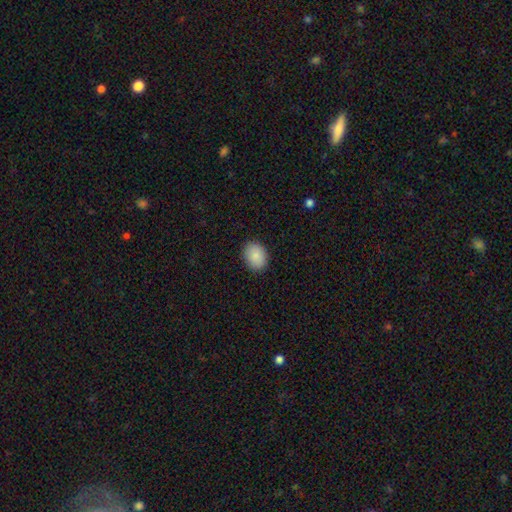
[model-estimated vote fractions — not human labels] A smooth galaxy with no disk features (88%) that is in between round and cigar-shaped (60%). Merging: none (89%).